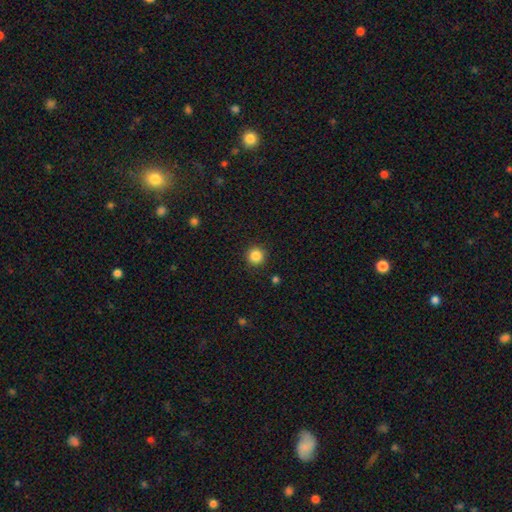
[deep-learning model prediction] A smooth galaxy with no disk features (86%) that is round (95%).

Vote fractions:
- Smooth or featured? smooth: 86% / star or artifact: 11% / featured or disk: 4%
- How rounded? round: 95% / in between: 4% / cigar-shaped: 1%
- Merging? none: 91% / minor disturbance: 6% / major disturbance: 2% / merger: 1%